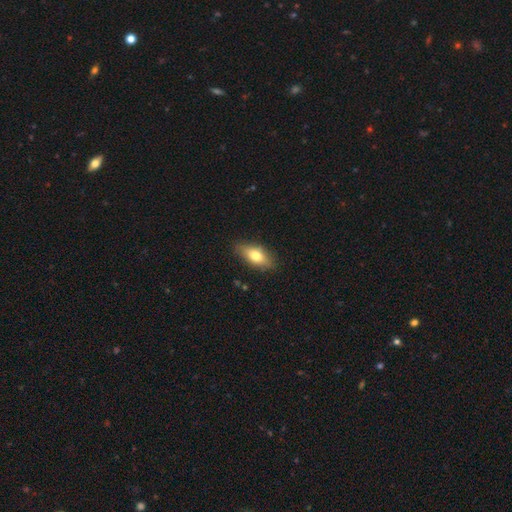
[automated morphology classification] Smooth or featured? Predicted: smooth (p=0.72). How rounded? Predicted: in between (p=0.81). Merging? Predicted: none (p=0.85).